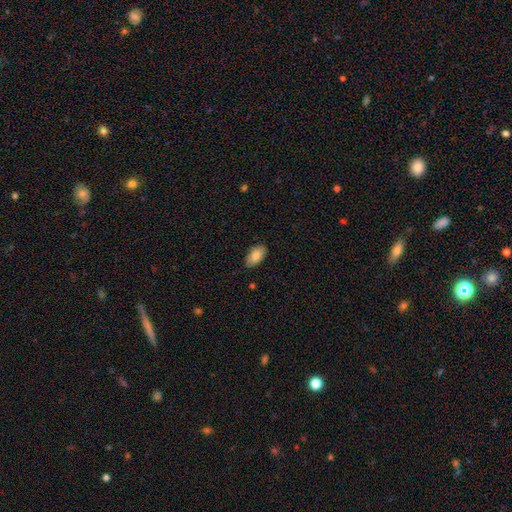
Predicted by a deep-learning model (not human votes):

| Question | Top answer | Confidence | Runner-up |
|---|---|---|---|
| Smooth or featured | smooth | 83% | featured or disk (10%) |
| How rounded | in between | 94% | round (4%) |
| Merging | none | 80% | minor disturbance (17%) |